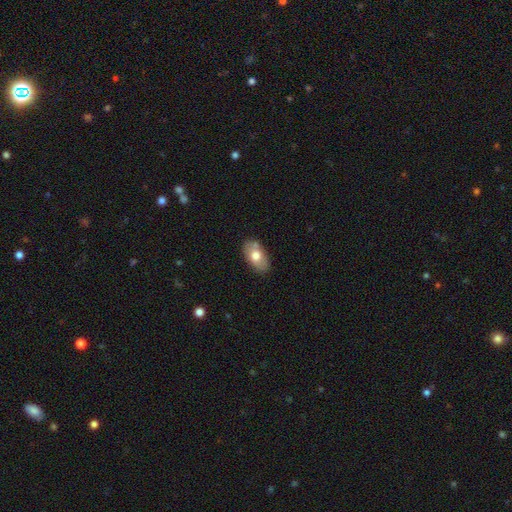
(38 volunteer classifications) This appears to be a smooth galaxy with no disk features (82%) that is in between round and cigar-shaped (94%). Merging: none (81%).